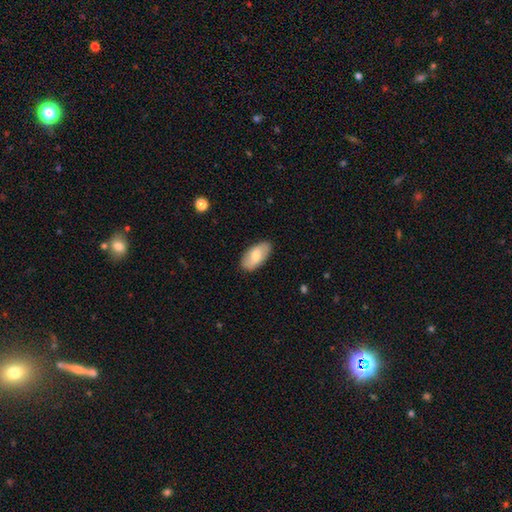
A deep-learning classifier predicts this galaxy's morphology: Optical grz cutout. It shows a smooth galaxy with no disk features (65%) that is in between round and cigar-shaped (94%). Merging: none (86%).